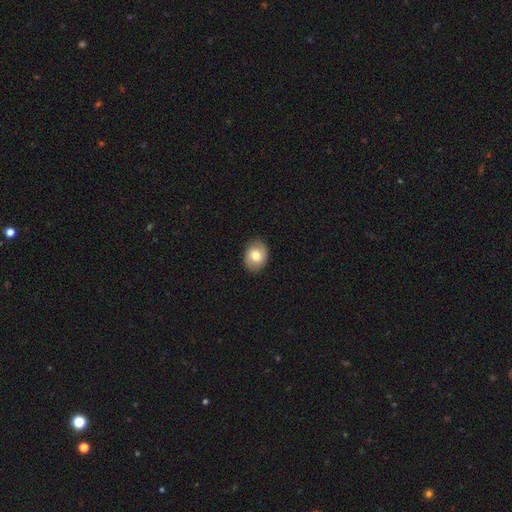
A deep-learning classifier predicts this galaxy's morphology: Smooth or featured: smooth — 71% (featured or disk — 22%)
How rounded: in between — 58% (round — 41%)
Merging: none — 87% (minor disturbance — 10%)